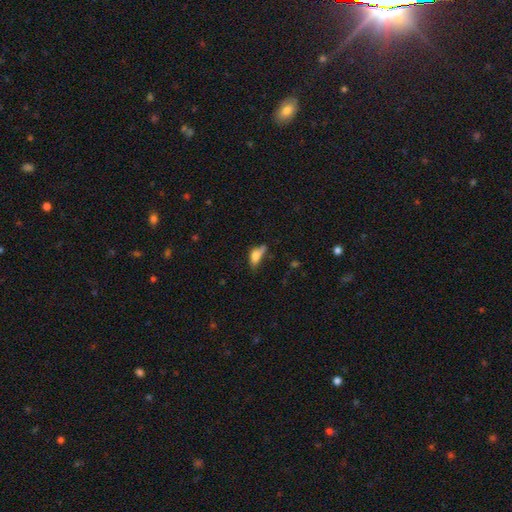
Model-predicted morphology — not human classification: Q: Smooth or featured?
A: smooth (68%); runner-up: featured or disk (22%)
Q: How rounded?
A: in between (76%); runner-up: cigar-shaped (17%)
Q: Merging?
A: minor disturbance (33%); runner-up: none (30%)